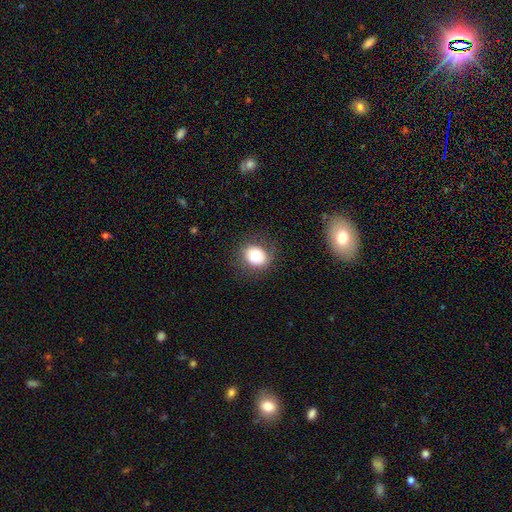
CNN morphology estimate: A smooth galaxy with no disk features (76%) that is round (66%). Merging: none (82%).